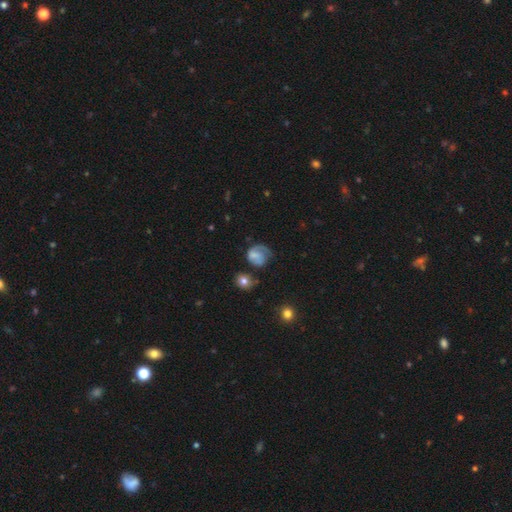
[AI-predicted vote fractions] Smooth or featured?
  - featured or disk: 52% *
  - smooth: 39%
  - star or artifact: 9%
Edge-on disk?
  - no: 98% *
  - yes: 2%
Bar?
  - no: 60% *
  - weak: 33%
  - strong: 8%
Spiral arms?
  - yes: 78% *
  - no: 22%
Bulge size?
  - small: 34% * (tied)
  - none: 34% * (tied)
  - moderate: 24%
  - large: 6%
  - dominant: 2%
Merging?
  - none: 42% *
  - major disturbance: 29%
  - minor disturbance: 25%
  - merger: 4%